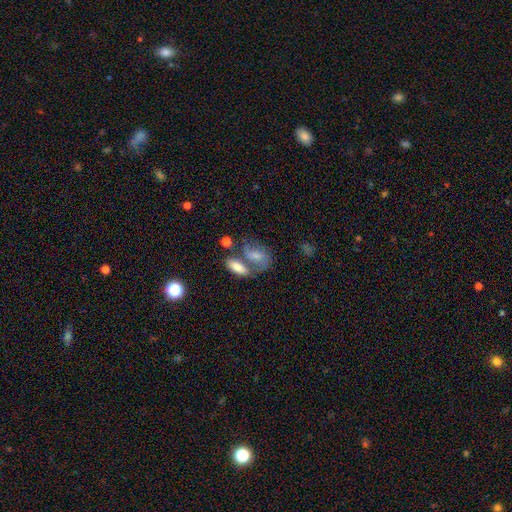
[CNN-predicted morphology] This appears to be a smooth galaxy with no disk features (64%) that is in between round and cigar-shaped (82%). Merging: merger (44%).